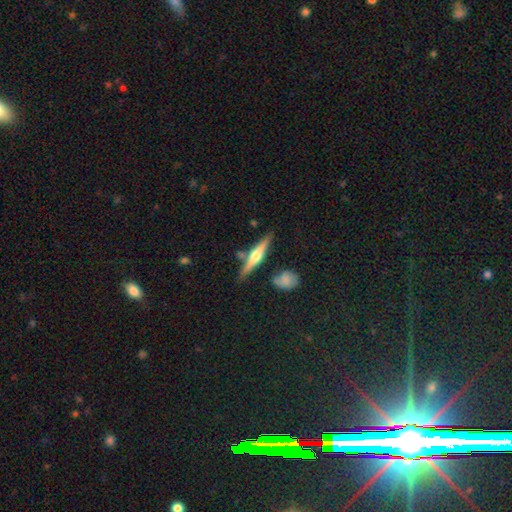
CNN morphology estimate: smooth-or-featured: featured or disk: 70% | smooth: 24% | star or artifact: 6%
  disk-edge-on: yes: 97% | no: 3%
    edge-on-bulge: rounded: 91% | boxy: 6% | none: 3%
  merging: none: 78% | minor disturbance: 12% | merger: 7% | major disturbance: 3%